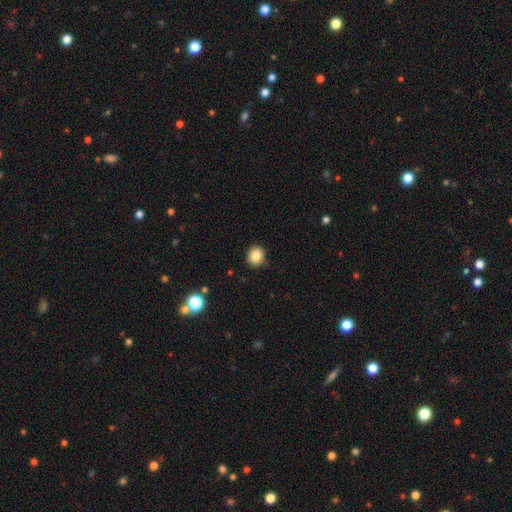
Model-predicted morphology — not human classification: Q: Smooth or featured?
A: smooth (85%); runner-up: star or artifact (10%)
Q: How rounded?
A: round (75%); runner-up: in between (24%)
Q: Merging?
A: none (88%); runner-up: minor disturbance (9%)